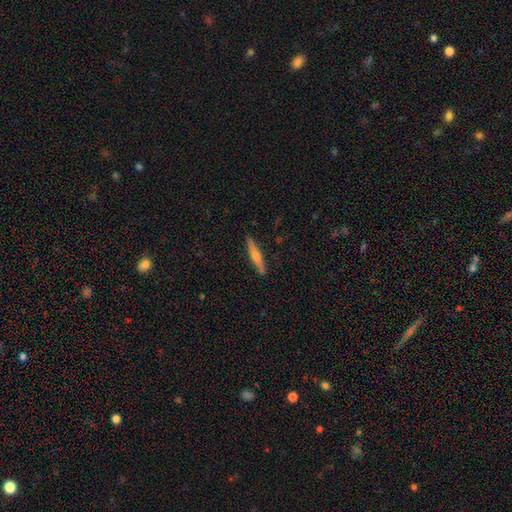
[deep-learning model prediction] featured or disk 60%, smooth 34%, star or artifact 6%. Down the decision tree: edge-on disk — yes (96%); edge-on bulge — rounded (86%); merging — none (89%).